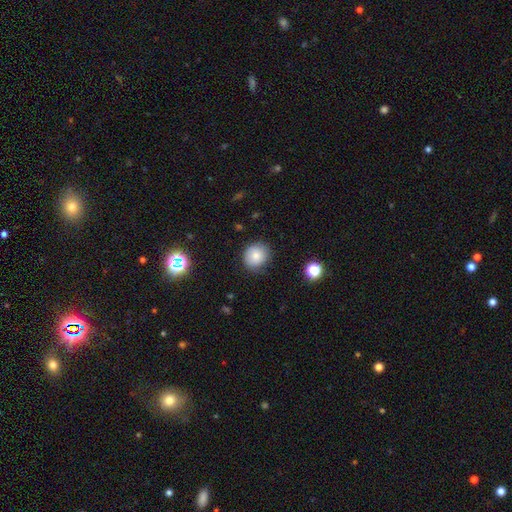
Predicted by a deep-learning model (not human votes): Overall: smooth (79%). How rounded: round (84%). Merging: none (81%).